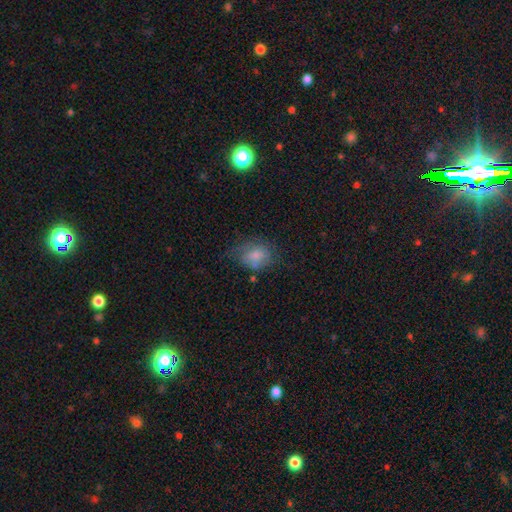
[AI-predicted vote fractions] Q: Smooth or featured?
A: smooth (70%); runner-up: featured or disk (21%)
Q: How rounded?
A: in between (67%); runner-up: round (32%)
Q: Merging?
A: none (45%); runner-up: minor disturbance (30%)